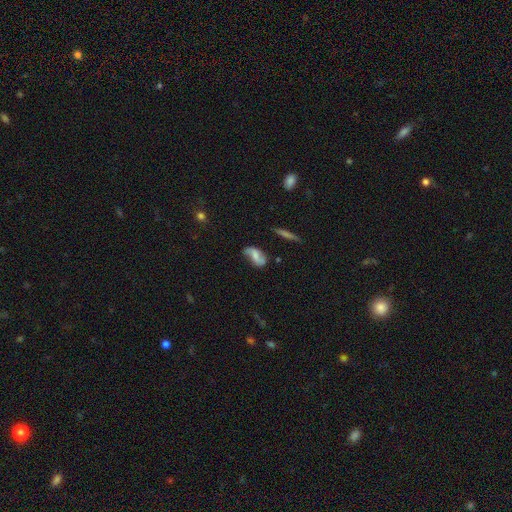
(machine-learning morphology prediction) This appears to be a featured or disk galaxy (61%) with no bar (45%), 2 (88%) loose (64%) spiral arms (89%) and a moderate central bulge (32%). Merging: none (66%).